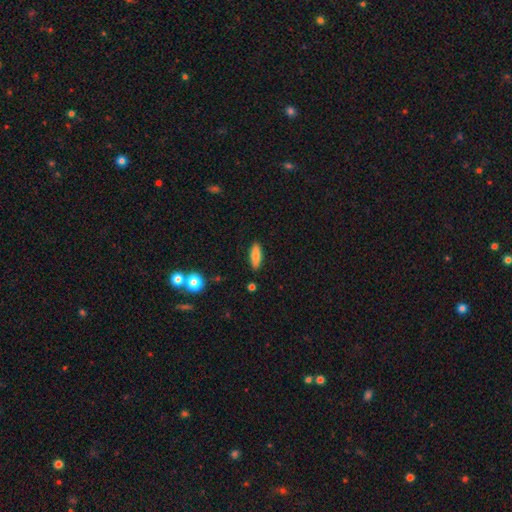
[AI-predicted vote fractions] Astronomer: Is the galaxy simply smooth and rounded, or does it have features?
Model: smooth — 80%.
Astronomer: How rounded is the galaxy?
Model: in between — 57% (runner-up: cigar-shaped, 40%).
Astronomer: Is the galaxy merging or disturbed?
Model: none — 87%.